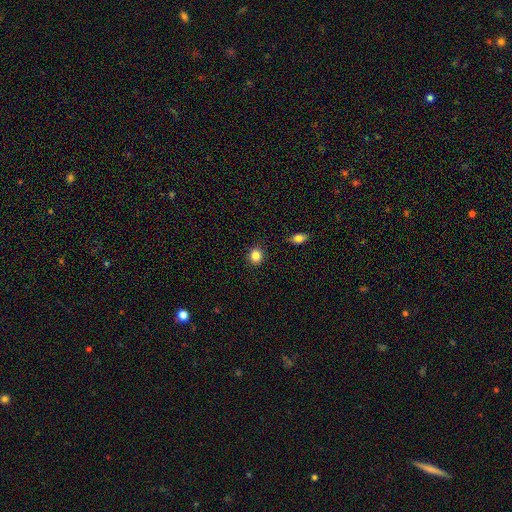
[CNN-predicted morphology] Overall: smooth (85%). How rounded: round (76%). Merging: none (90%).